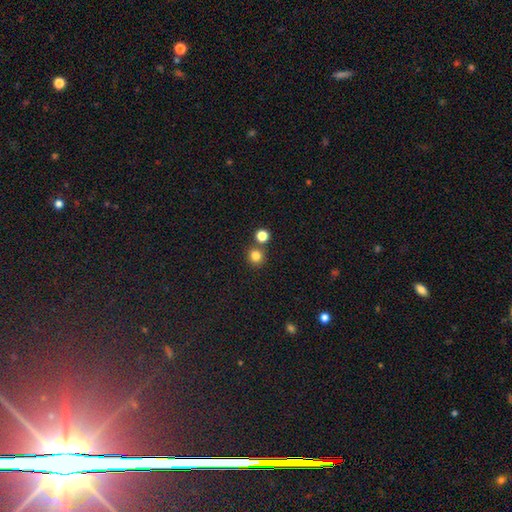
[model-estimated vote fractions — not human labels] This is clearly a smooth galaxy (82%). How rounded: clearly round (90%). Merging: likely none (75%).